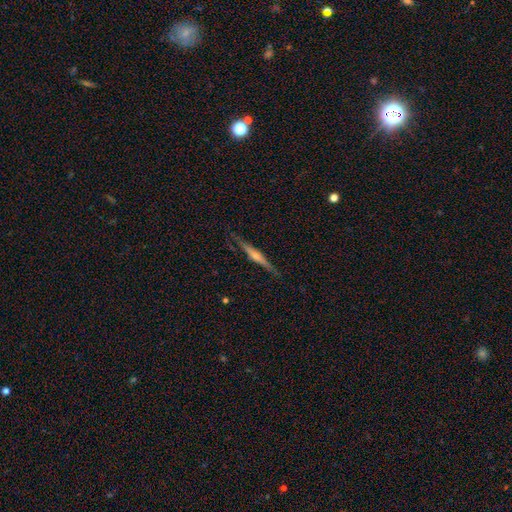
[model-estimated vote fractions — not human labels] Q: Smooth or featured?
A: featured or disk (71%); runner-up: smooth (23%)
Q: Edge-on disk?
A: yes (97%); runner-up: no (3%)
Q: Edge-on bulge?
A: rounded (80%); runner-up: none (14%)
Q: Merging?
A: none (86%); runner-up: minor disturbance (11%)